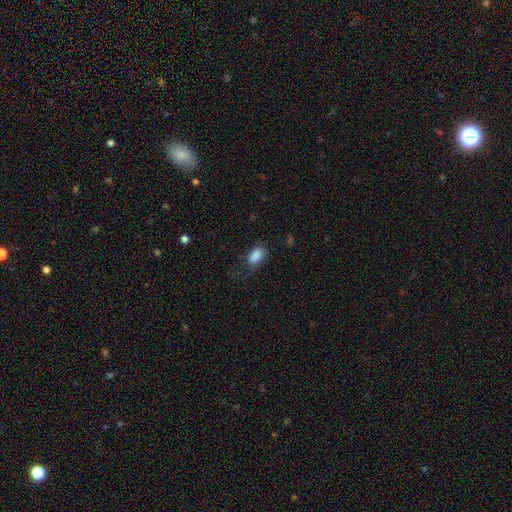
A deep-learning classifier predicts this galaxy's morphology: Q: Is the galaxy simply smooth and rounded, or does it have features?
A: smooth — 85%.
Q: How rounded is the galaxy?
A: in between — 90%.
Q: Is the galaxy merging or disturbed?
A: none — 54%.